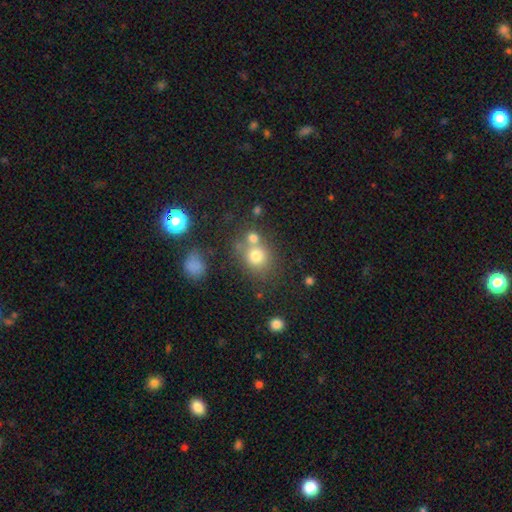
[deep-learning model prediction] The model was most divided on "merging": none: 53%, merger: 31%, minor disturbance: 11%, major disturbance: 5%. More confident: how rounded — round (78%); smooth or featured — smooth (74%).